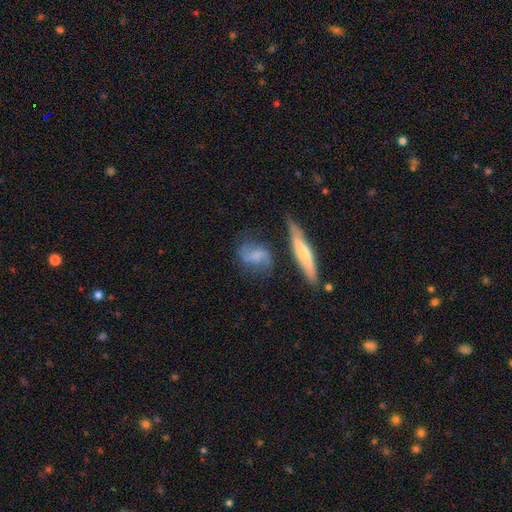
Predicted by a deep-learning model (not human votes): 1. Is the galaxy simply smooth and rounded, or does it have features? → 55% featured or disk, 36% smooth, 9% star or artifact.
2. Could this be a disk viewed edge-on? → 83% no, 17% yes.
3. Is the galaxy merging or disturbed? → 59% none, 23% minor disturbance, 10% major disturbance, 8% merger.